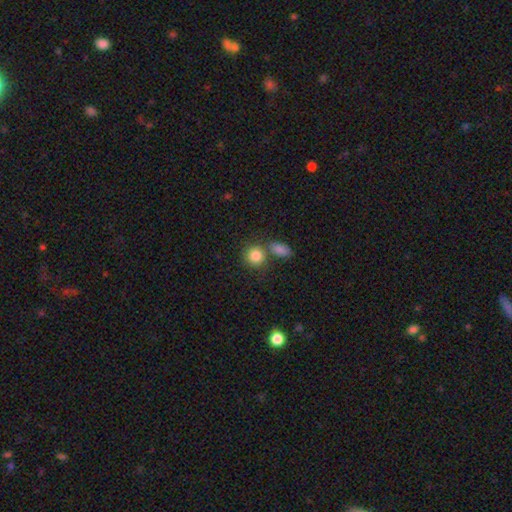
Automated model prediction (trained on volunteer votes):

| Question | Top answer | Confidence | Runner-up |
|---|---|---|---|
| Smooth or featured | smooth | 85% | star or artifact (9%) |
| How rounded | round | 83% | in between (16%) |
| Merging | none | 61% | merger (25%) |